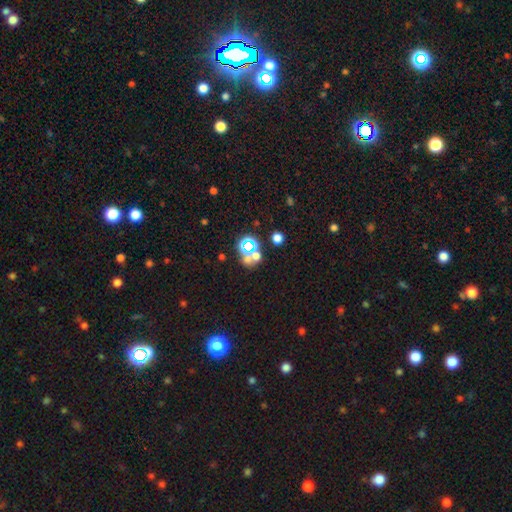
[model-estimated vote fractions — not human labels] A smooth galaxy with no disk features (43%, tied with star or artifact). Merging: none (50%).